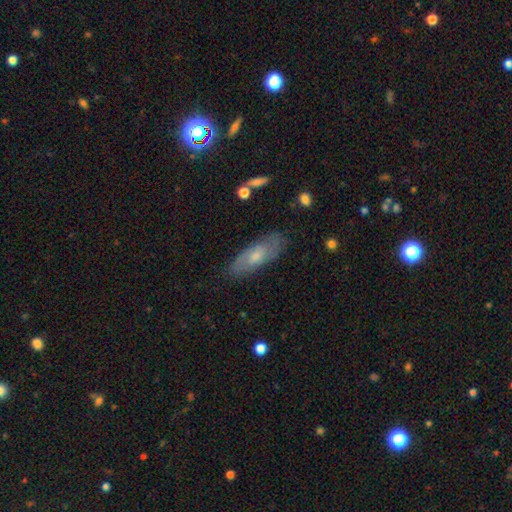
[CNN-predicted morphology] A smooth galaxy with no disk features (50%) that is in between round and cigar-shaped (63%).

Vote fractions:
- Smooth or featured? smooth: 50% / featured or disk: 43% / star or artifact: 7%
- How rounded? in between: 63% / cigar-shaped: 34% / round: 2%
- Merging? none: 79% / minor disturbance: 16% / major disturbance: 4% / merger: 2%